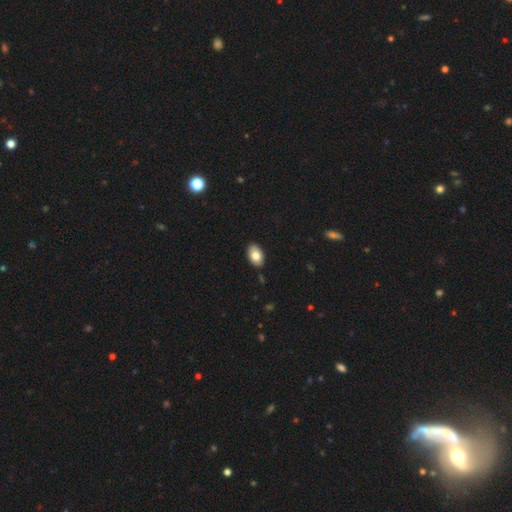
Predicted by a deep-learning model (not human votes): A smooth galaxy with no disk features (80%) that is in between round and cigar-shaped (91%).

Vote fractions:
- Smooth or featured? smooth: 80% / featured or disk: 13% / star or artifact: 7%
- How rounded? in between: 91% / round: 8% / cigar-shaped: 1%
- Merging? none: 87% / minor disturbance: 10% / major disturbance: 2% / merger: 1%